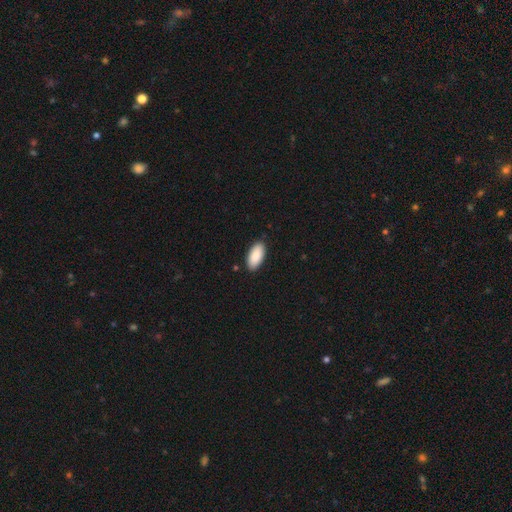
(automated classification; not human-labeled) A smooth galaxy with no disk features (89%) that is in between round and cigar-shaped (93%).

Vote fractions:
- Smooth or featured? smooth: 89% / star or artifact: 6% / featured or disk: 5%
- How rounded? in between: 93% / cigar-shaped: 6% / round: 2%
- Merging? none: 88% / minor disturbance: 9% / major disturbance: 2% / merger: 1%